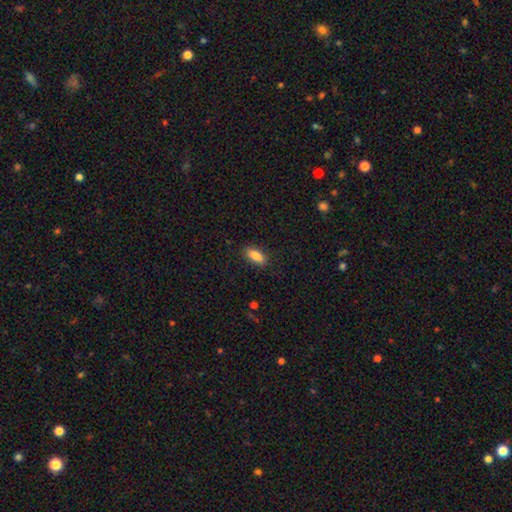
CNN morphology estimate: A smooth galaxy with no disk features (86%) that is in between round and cigar-shaped (86%). Merging: none (87%).